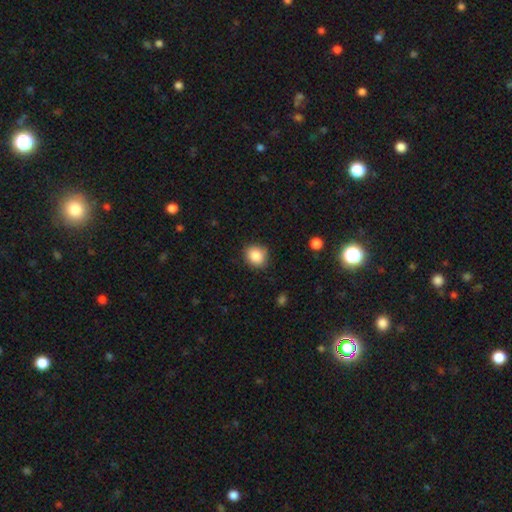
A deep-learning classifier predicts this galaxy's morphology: Smooth or featured: smooth — 86% (star or artifact — 9%)
How rounded: round — 77% (in between — 22%)
Merging: none — 85% (minor disturbance — 12%)